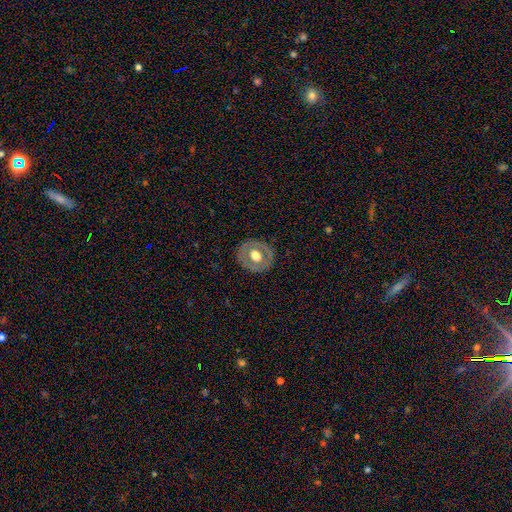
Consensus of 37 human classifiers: featured or disk 51%, smooth 43%, star or artifact 5%. Down the decision tree: edge-on disk — no (95%); bar — no (83%); spiral arms — no (94%); bulge size — moderate (67%); merging — none (83%).